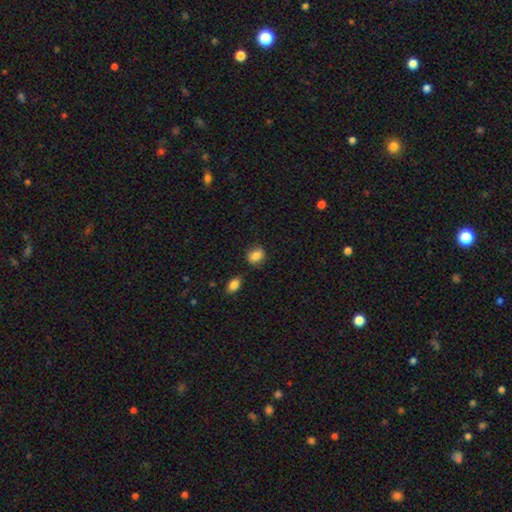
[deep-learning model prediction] Morphology: type=smooth (86%); roundness=in between (51%); merging=none (76%).